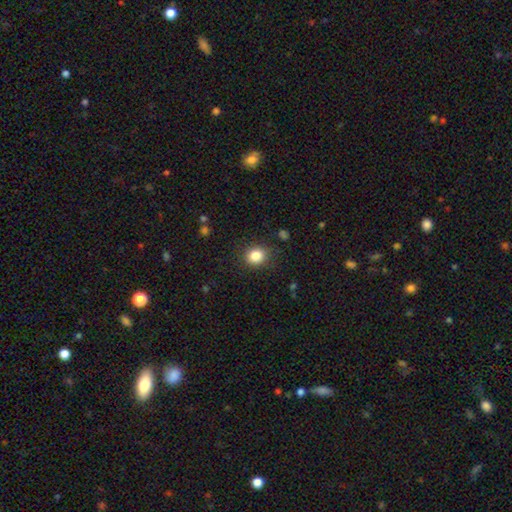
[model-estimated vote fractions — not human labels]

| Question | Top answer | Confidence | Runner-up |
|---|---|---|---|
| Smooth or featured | smooth | 84% | star or artifact (11%) |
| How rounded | round | 70% | in between (29%) |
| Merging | none | 84% | minor disturbance (11%) |